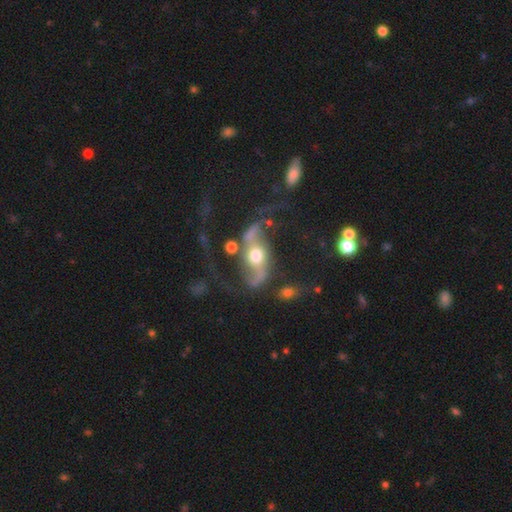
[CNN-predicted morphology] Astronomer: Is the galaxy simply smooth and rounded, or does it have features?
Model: featured or disk — 85%.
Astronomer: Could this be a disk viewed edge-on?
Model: no — 94%.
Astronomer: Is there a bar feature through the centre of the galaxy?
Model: no — 40% (runner-up: weak, 31%).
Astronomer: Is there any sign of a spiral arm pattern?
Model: yes — 92%.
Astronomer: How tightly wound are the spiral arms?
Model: loose — 73%.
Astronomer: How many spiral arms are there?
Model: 2 — 92%.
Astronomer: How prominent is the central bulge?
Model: moderate — 70%.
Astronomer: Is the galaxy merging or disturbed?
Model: none — 53%.